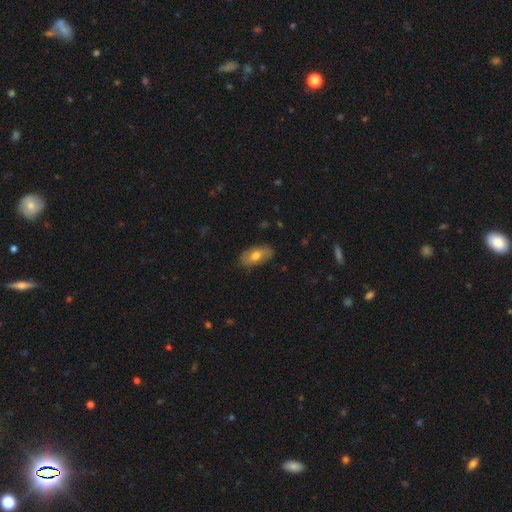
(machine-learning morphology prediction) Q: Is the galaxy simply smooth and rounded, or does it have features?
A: smooth — 65%.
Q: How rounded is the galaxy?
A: in between — 91%.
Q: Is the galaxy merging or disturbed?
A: none — 82%.